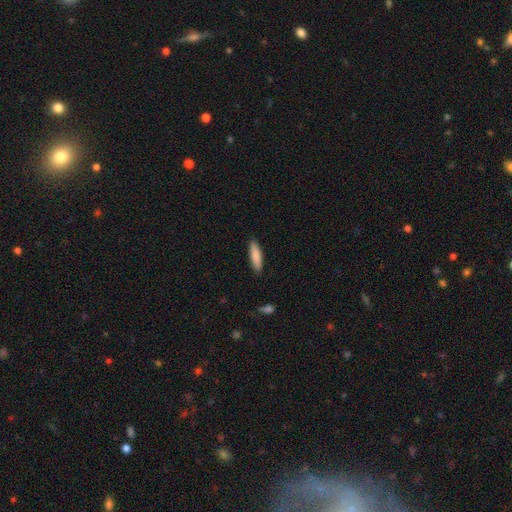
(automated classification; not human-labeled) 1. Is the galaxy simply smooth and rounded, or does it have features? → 86% smooth, 9% featured or disk, 6% star or artifact.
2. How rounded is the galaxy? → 69% cigar-shaped, 29% in between, 1% round.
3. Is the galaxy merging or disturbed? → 89% none, 8% minor disturbance, 2% major disturbance, 1% merger.